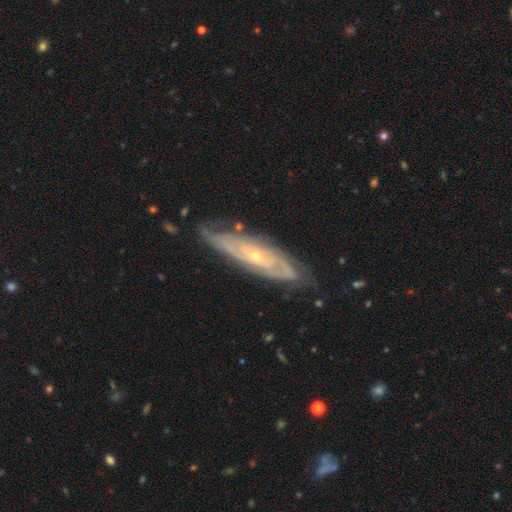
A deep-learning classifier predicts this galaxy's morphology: This appears to be a featured or disk galaxy (83%) with no bar (74%), tight (69%) spiral arms (91%) and a small central bulge (75%). Merging: none (75%).